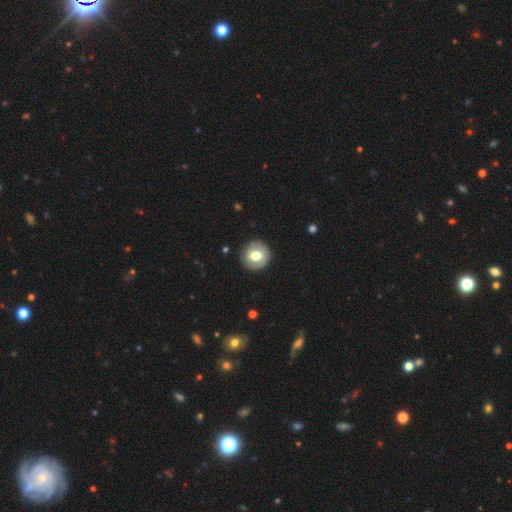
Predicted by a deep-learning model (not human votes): This appears to be a smooth galaxy with no disk features (63%) that is round (90%). Merging: none (88%).